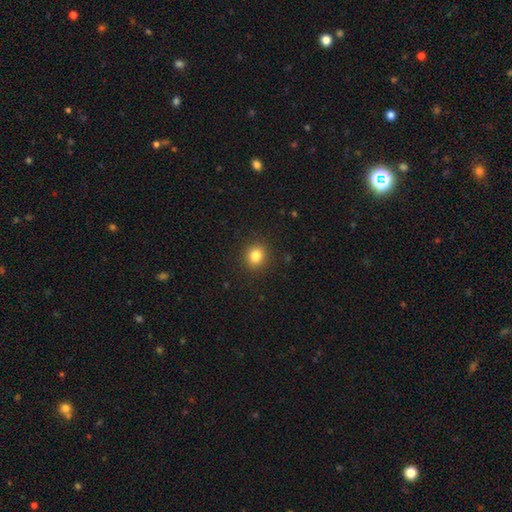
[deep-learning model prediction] A smooth galaxy with no disk features (83%) that is round (81%).

Vote fractions:
- Smooth or featured? smooth: 83% / star or artifact: 12% / featured or disk: 6%
- How rounded? round: 81% / in between: 18% / cigar-shaped: 1%
- Merging? none: 91% / minor disturbance: 6% / major disturbance: 2% / merger: 1%